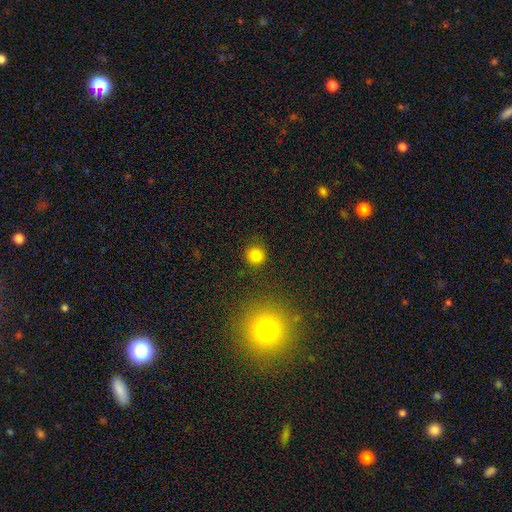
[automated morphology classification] Overall: smooth (83%). How rounded: round (92%). Merging: none (86%).